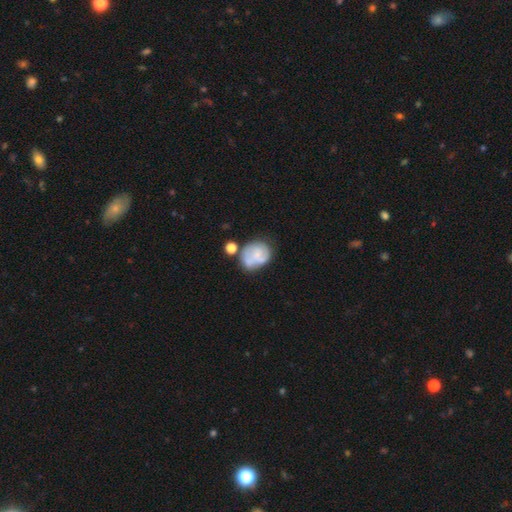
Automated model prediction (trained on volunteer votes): smooth 52%, featured or disk 39%, star or artifact 9%. Down the decision tree: how rounded — round (58%); merging — none (41%).